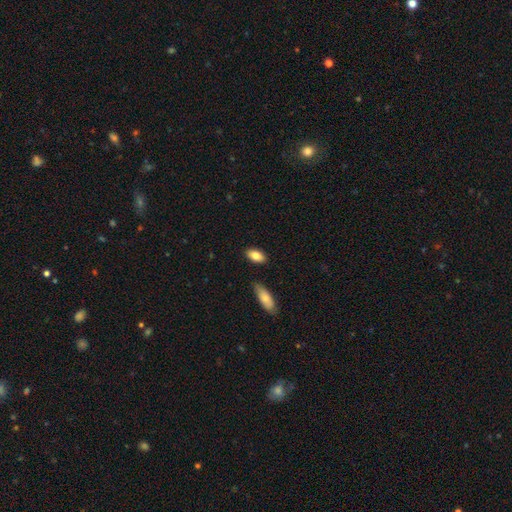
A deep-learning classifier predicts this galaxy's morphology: A smooth galaxy with no disk features (84%) that is in between round and cigar-shaped (90%). Merging: none (85%).